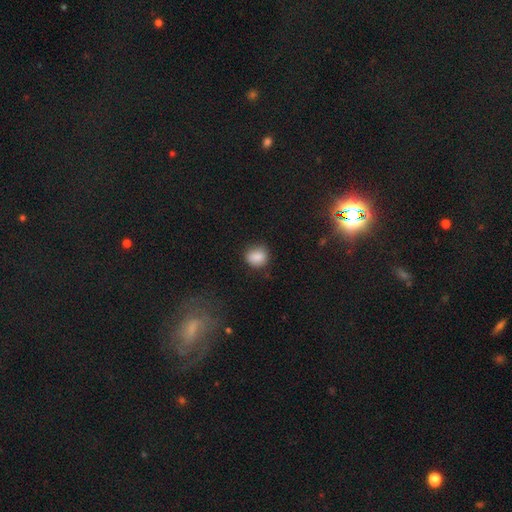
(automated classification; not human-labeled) smooth_or_featured: smooth (p=0.86) [alt: star or artifact p=0.09]
how_rounded: round (p=0.77) [alt: in between p=0.22]
merging: none (p=0.78) [alt: minor disturbance p=0.17]